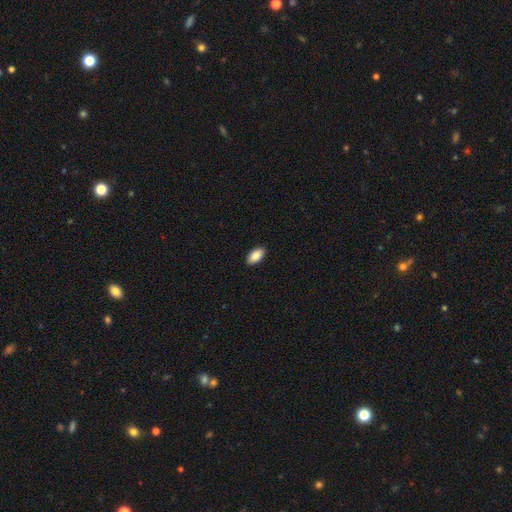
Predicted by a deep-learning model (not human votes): smooth 89%, star or artifact 7%, featured or disk 5%. Down the decision tree: how rounded — in between (94%); merging — none (90%).